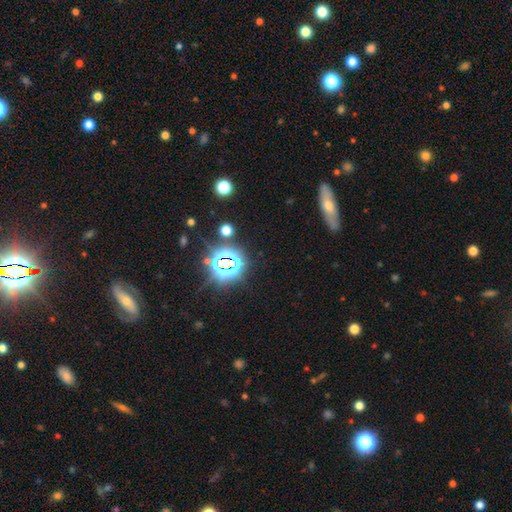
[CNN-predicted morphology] Overall: star or artifact (64%).